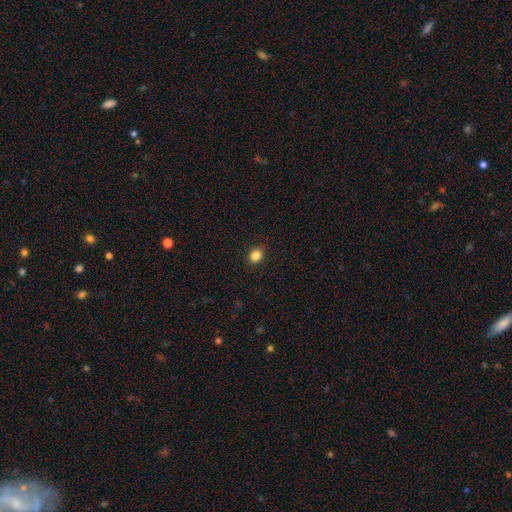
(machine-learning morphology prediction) Overall: smooth (85%). How rounded: round (70%). Merging: none (91%).